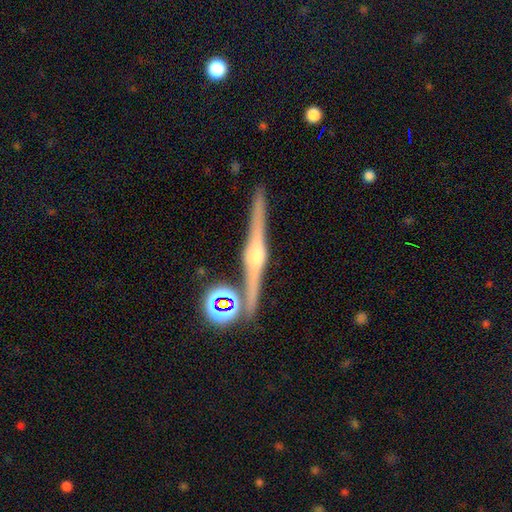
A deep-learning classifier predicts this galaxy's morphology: Smooth or featured: featured or disk — 84% (smooth — 8%)
Edge-on disk: yes — 98% (no — 2%)
Edge-on bulge: rounded — 88% (boxy — 7%)
Merging: none — 86% (minor disturbance — 7%)